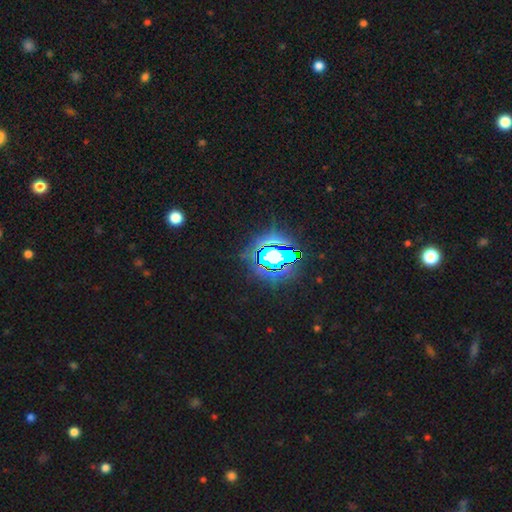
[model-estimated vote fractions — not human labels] Overall: star or artifact (83%).